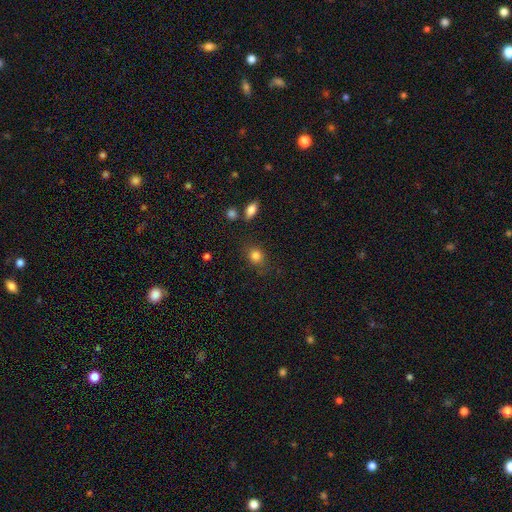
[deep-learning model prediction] smooth 84%, star or artifact 10%, featured or disk 6%. Down the decision tree: how rounded — round (65%); merging — none (78%).